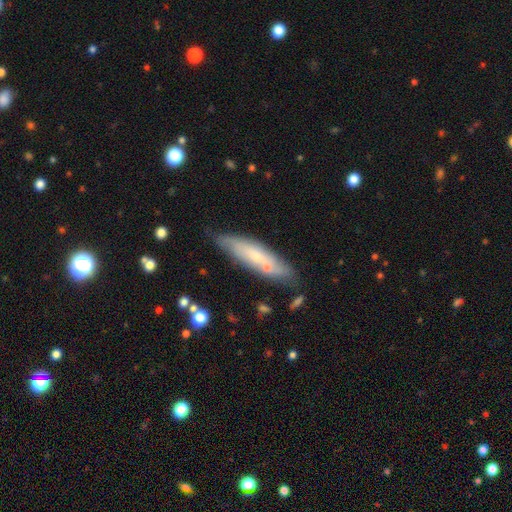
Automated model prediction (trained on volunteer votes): The model was most divided on "smooth or featured": smooth: 56%, featured or disk: 37%, star or artifact: 7%. More confident: merging — none (71%); how rounded — cigar-shaped (70%).